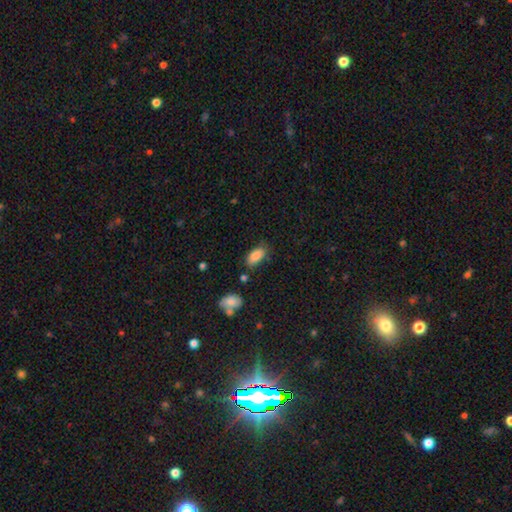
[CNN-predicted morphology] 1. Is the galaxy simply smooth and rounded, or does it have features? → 87% smooth, 7% star or artifact, 6% featured or disk.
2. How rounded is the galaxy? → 91% in between, 7% cigar-shaped, 3% round.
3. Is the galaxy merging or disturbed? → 72% none, 19% minor disturbance, 5% major disturbance, 4% merger.